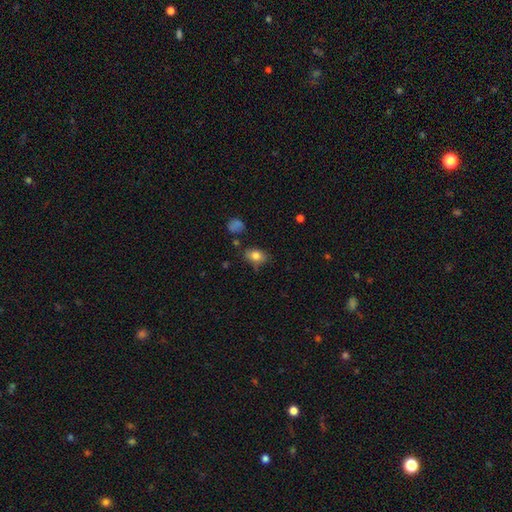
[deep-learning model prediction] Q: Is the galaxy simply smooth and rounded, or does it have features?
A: smooth — 81%.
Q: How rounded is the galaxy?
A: in between — 74%.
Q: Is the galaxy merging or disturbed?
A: none — 73%.